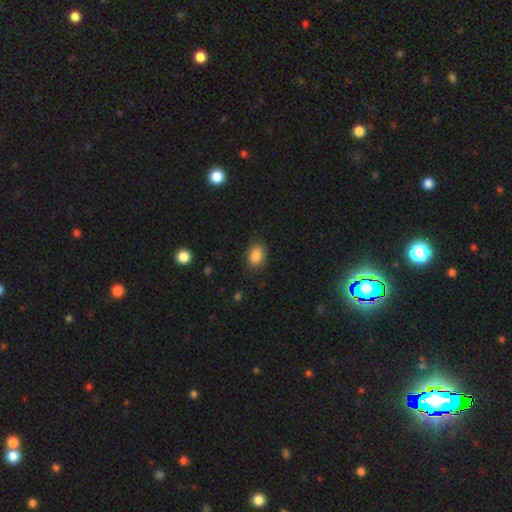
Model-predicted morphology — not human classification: The model was most divided on "how rounded": in between: 77%, round: 21%, cigar-shaped: 1%. More confident: smooth or featured — smooth (85%); merging — none (82%).